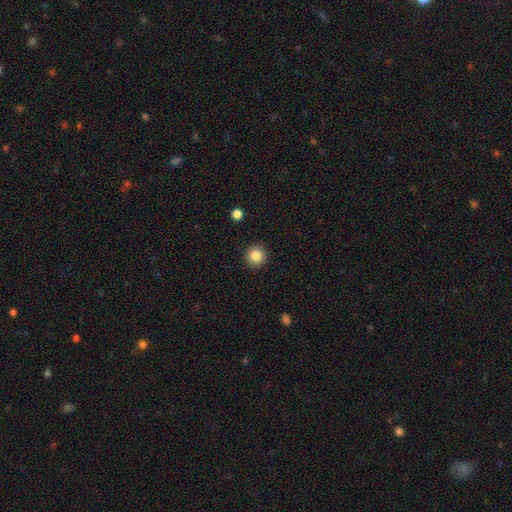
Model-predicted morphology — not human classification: Smooth or featured?
  - smooth: 85% *
  - star or artifact: 10%
  - featured or disk: 5%
How rounded?
  - round: 94% *
  - in between: 5%
  - cigar-shaped: 1%
Merging?
  - none: 92% *
  - minor disturbance: 5%
  - major disturbance: 2%
  - merger: 1%